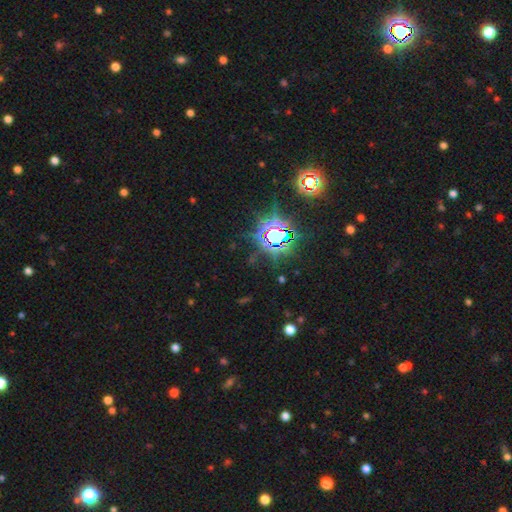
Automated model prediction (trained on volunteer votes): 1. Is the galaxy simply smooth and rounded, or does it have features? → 81% star or artifact, 12% smooth, 8% featured or disk.